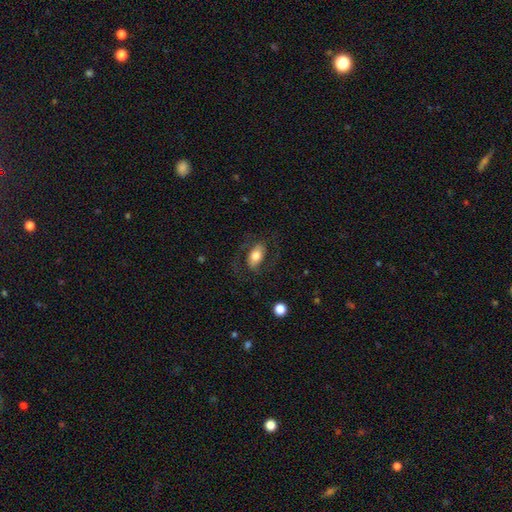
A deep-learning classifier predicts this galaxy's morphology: A smooth galaxy with no disk features (58%) that is in between round and cigar-shaped (91%).

Vote fractions:
- Smooth or featured? smooth: 58% / featured or disk: 35% / star or artifact: 7%
- How rounded? in between: 91% / round: 7% / cigar-shaped: 3%
- Merging? none: 67% / major disturbance: 16% / minor disturbance: 15% / merger: 1%